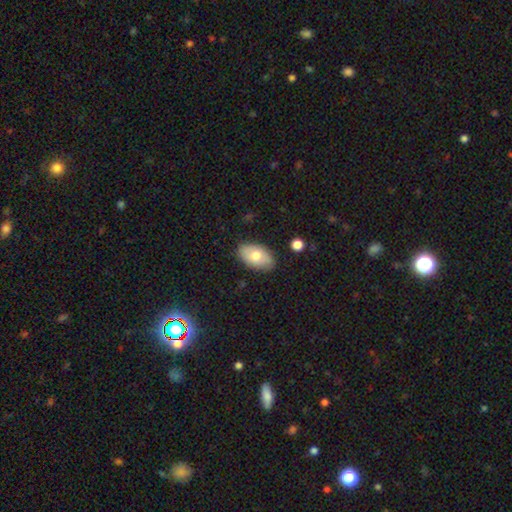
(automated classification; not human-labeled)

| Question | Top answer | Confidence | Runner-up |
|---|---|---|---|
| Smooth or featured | smooth | 71% | featured or disk (22%) |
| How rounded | in between | 93% | round (6%) |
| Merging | none | 83% | minor disturbance (13%) |